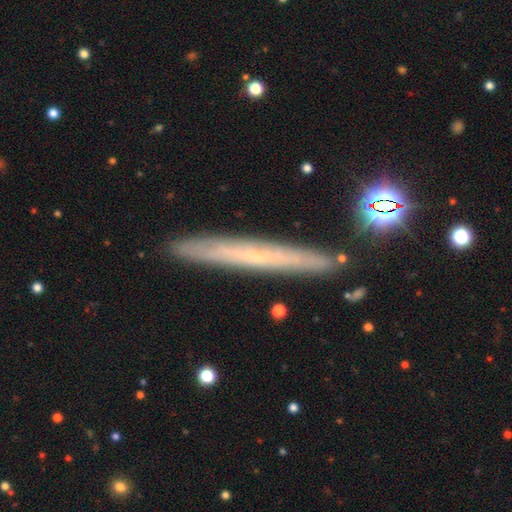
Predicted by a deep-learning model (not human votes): This is possibly a featured or disk galaxy (55%). It is clearly viewed edge-on (91%). Merging: clearly none (90%).